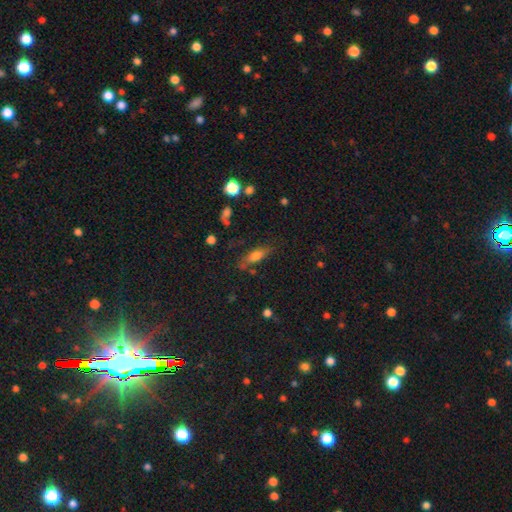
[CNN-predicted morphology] Overall: smooth (66%). How rounded: in between (60%; cigar-shaped 36%). Merging: none (66%).